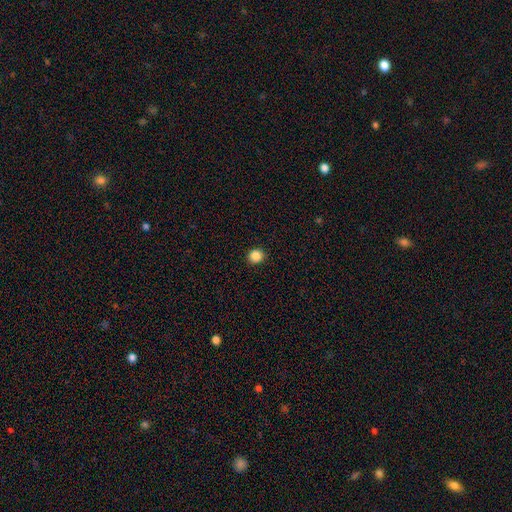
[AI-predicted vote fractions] Smooth or featured?
  - smooth: 86% *
  - star or artifact: 11%
  - featured or disk: 3%
How rounded?
  - round: 86% *
  - in between: 13%
  - cigar-shaped: 1%
Merging?
  - none: 92% *
  - minor disturbance: 5%
  - major disturbance: 2%
  - merger: 1%